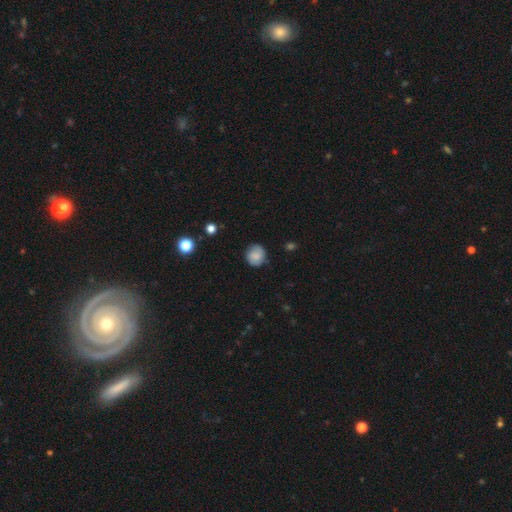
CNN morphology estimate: This appears to be a smooth galaxy with no disk features (76%) that is round (85%). Merging: none (80%).